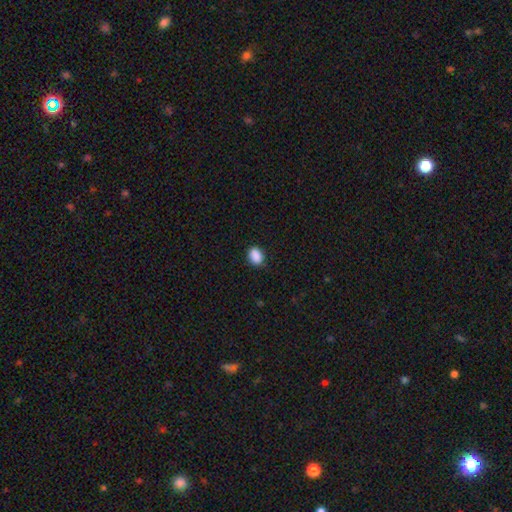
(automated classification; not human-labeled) smooth-or-featured: smooth: 89% | star or artifact: 8% | featured or disk: 2%
  how-rounded: in between: 68% | round: 31% | cigar-shaped: 1%
  merging: none: 86% | minor disturbance: 10% | major disturbance: 2% | merger: 1%